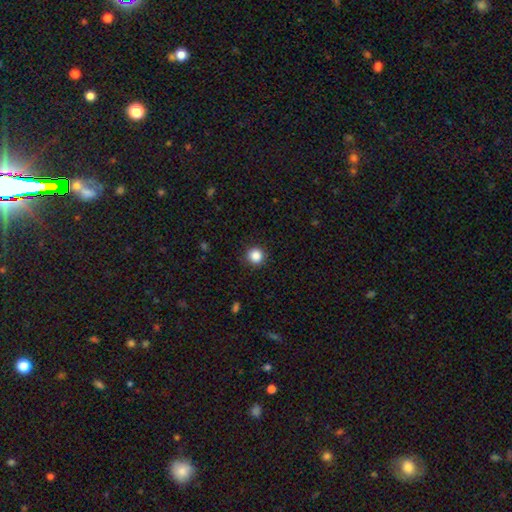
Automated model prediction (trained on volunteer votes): Overall: smooth (86%). How rounded: round (95%). Merging: none (91%).